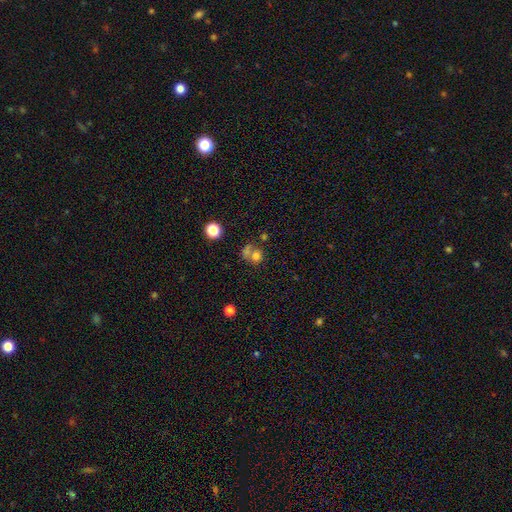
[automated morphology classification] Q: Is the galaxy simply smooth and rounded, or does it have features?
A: smooth — 70%.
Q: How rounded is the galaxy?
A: round — 79%.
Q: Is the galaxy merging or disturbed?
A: merger — 45%.